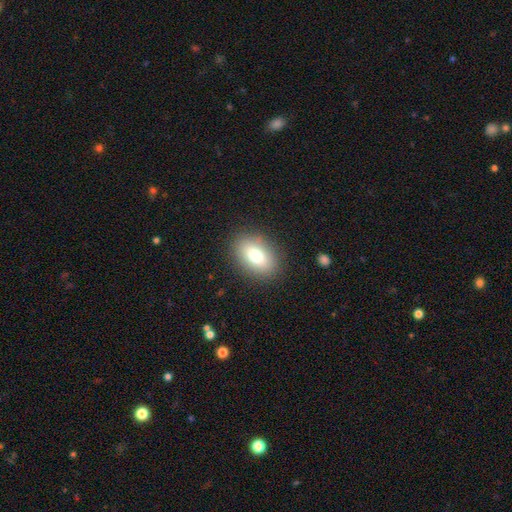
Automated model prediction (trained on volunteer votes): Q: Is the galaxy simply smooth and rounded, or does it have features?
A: smooth — 77%.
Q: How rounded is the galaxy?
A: in between — 83%.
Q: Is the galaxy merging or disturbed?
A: none — 87%.